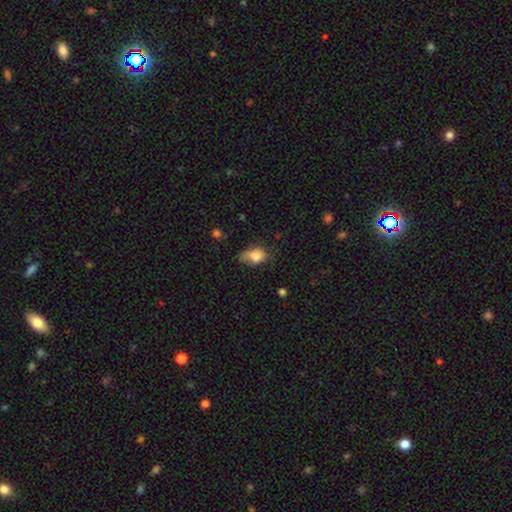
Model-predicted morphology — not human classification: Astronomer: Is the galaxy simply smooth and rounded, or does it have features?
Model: smooth — 78%.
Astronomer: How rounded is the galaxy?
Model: in between — 82%.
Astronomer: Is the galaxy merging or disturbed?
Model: minor disturbance — 38% (runner-up: none, 35%).